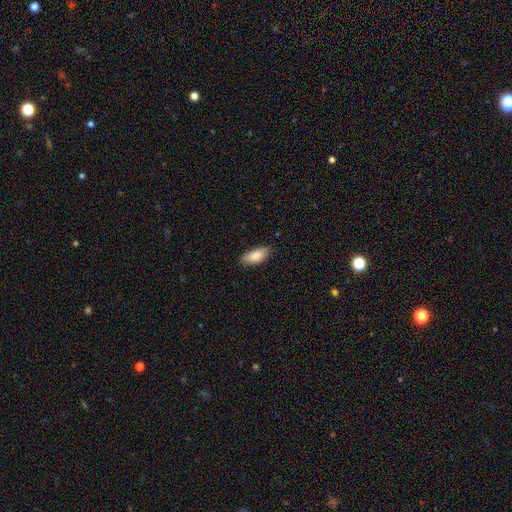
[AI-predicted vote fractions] The model was most divided on "merging": none: 80%, minor disturbance: 17%, major disturbance: 2%, merger: 1%. More confident: how rounded — in between (86%); smooth or featured — smooth (85%).